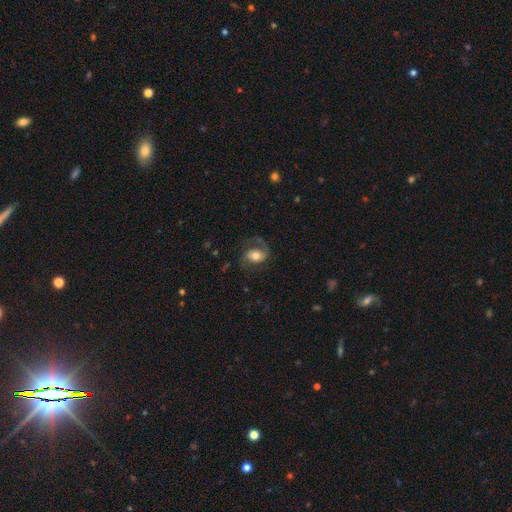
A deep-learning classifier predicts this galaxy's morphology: Overall: featured or disk (61%; smooth 31%). Edge-on disk: no (97%). Bar: no (56%; weak 32%). Spiral arms: yes (89%). Spiral arm count: 2 (58%; 1 34%). Spiral winding: medium (45%; loose 36%). Bulge size: moderate (59%; large 23%). Merging: none (58%; major disturbance 22%).